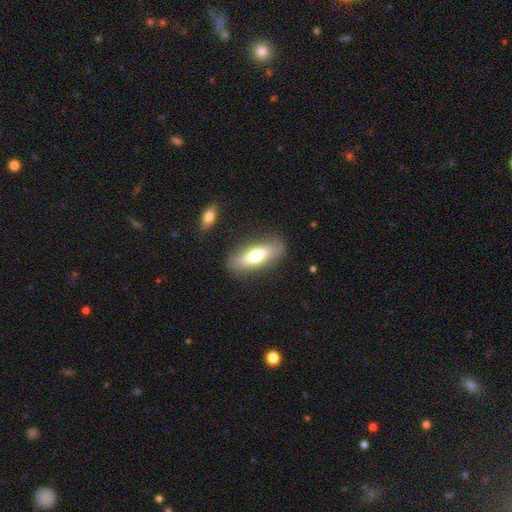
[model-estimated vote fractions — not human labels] Smooth or featured?
  - smooth: 65% *
  - featured or disk: 28%
  - star or artifact: 7%
How rounded?
  - in between: 65% *
  - cigar-shaped: 32%
  - round: 3%
Merging?
  - none: 83% *
  - minor disturbance: 11%
  - major disturbance: 3%
  - merger: 2%